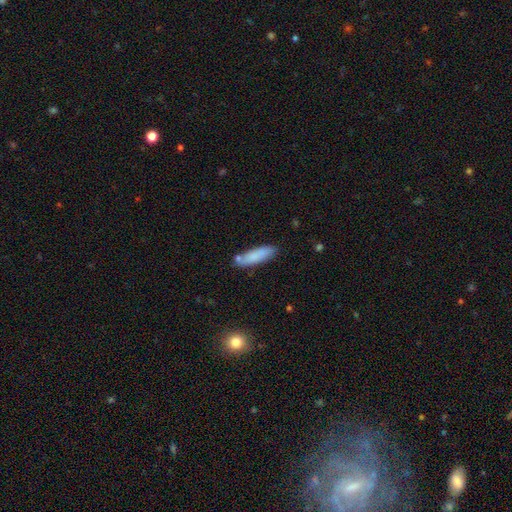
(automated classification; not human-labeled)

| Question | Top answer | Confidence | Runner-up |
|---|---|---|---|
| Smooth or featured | smooth | 83% | featured or disk (11%) |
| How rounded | cigar-shaped | 63% | in between (35%) |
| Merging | none | 76% | minor disturbance (14%) |